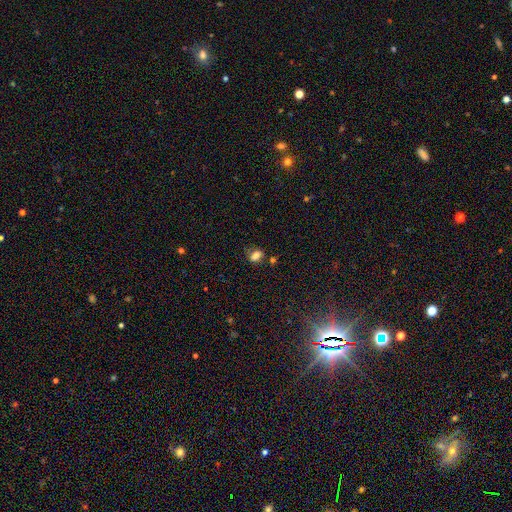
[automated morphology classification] Smooth or featured: smooth — 74% (star or artifact — 15%)
How rounded: in between — 73% (round — 24%)
Merging: none — 61% (minor disturbance — 22%)